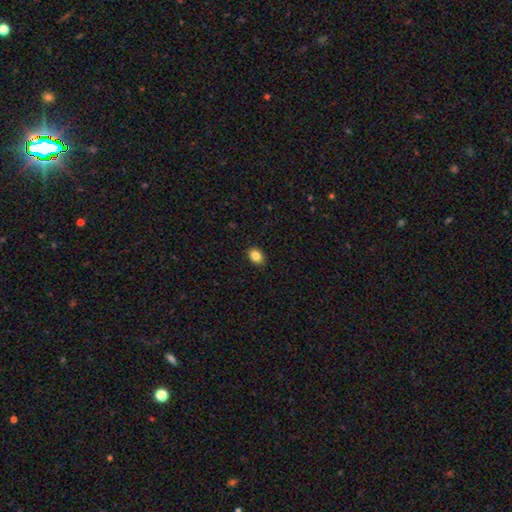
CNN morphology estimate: Smooth or featured? smooth (87%)
How rounded? in between (70%)
Merging? none (89%)